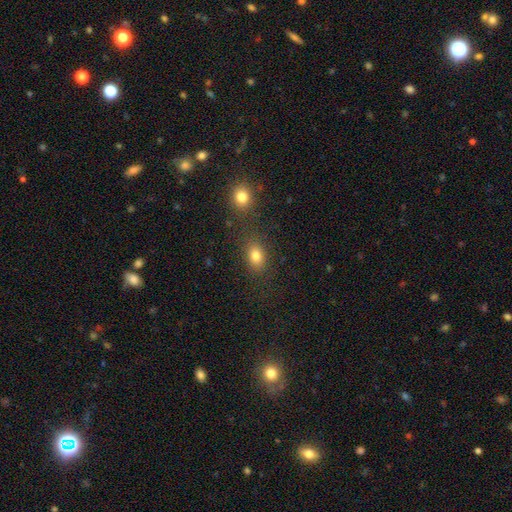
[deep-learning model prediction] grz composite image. It shows a smooth galaxy with no disk features (81%) that is in between round and cigar-shaped (70%). Merging: none (73%).